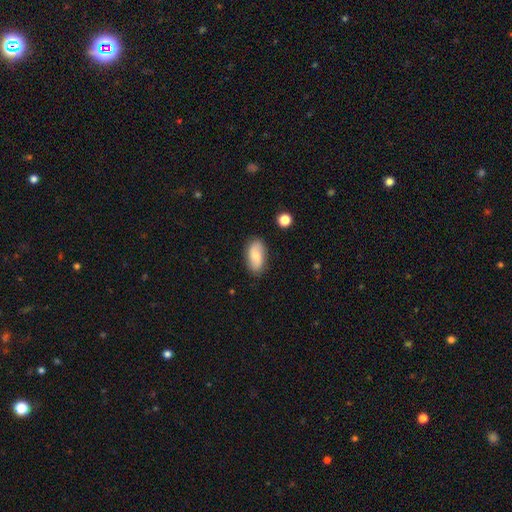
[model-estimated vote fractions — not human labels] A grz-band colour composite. It shows a smooth galaxy with no disk features (58%) that is in between round and cigar-shaped (91%). Merging: none (83%).